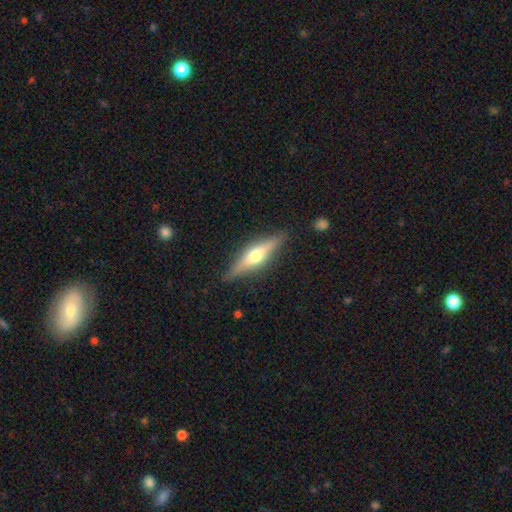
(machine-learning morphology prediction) This appears to be a featured or disk galaxy (64%) viewed edge-on (95%) with a rounded central bulge (89%). Merging: none (86%).